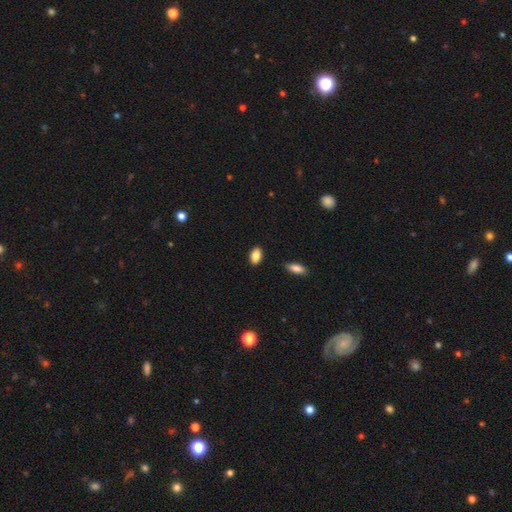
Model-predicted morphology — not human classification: A smooth galaxy with no disk features (86%) that is in between round and cigar-shaped (91%).

Vote fractions:
- Smooth or featured? smooth: 86% / star or artifact: 8% / featured or disk: 6%
- How rounded? in between: 91% / round: 6% / cigar-shaped: 3%
- Merging? none: 88% / minor disturbance: 8% / major disturbance: 2% / merger: 1%